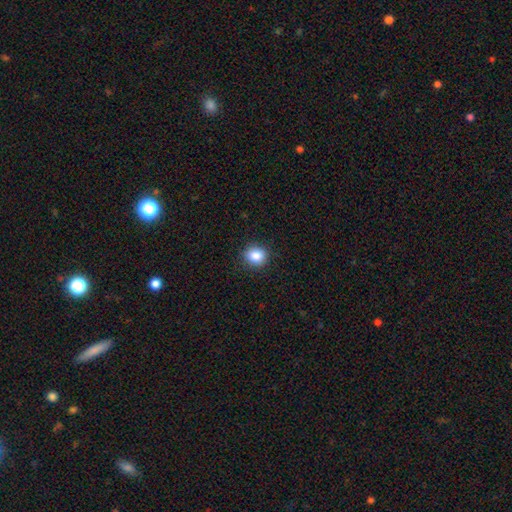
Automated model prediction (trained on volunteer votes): This is clearly a smooth galaxy (85%). How rounded: likely round (77%). Merging: clearly none (89%).